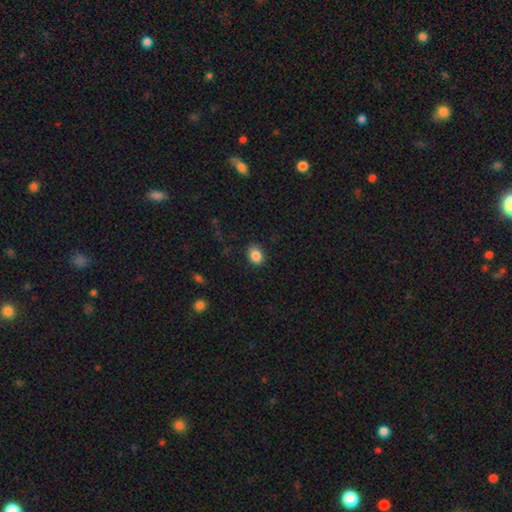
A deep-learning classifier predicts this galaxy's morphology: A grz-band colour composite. It shows a smooth galaxy with no disk features (87%) that is in between round and cigar-shaped (63%). Merging: none (82%).